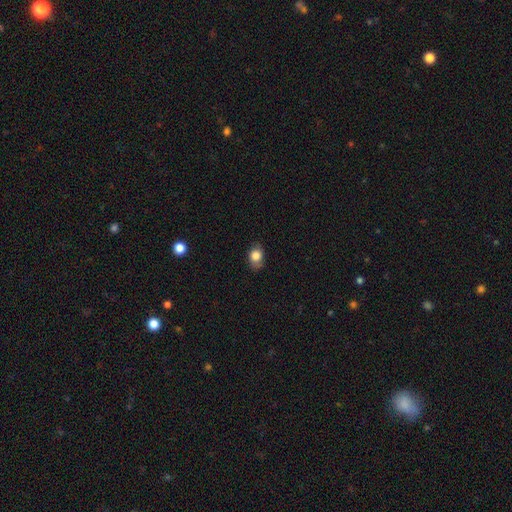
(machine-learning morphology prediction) Overall: smooth (81%). How rounded: in between (60%; round 39%). Merging: none (70%).